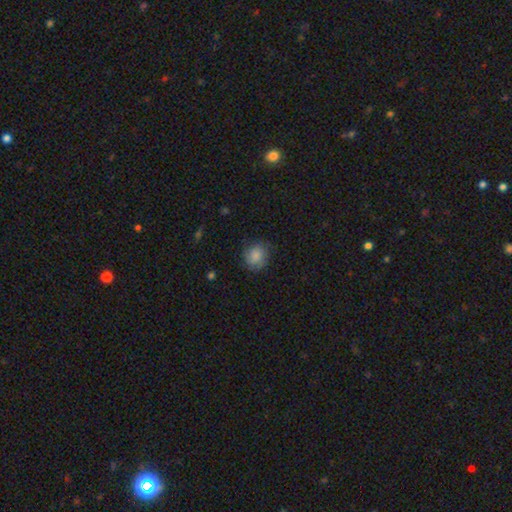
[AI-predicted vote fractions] This is clearly a smooth galaxy (83%). How rounded: likely round (78%). Merging: likely none (75%).